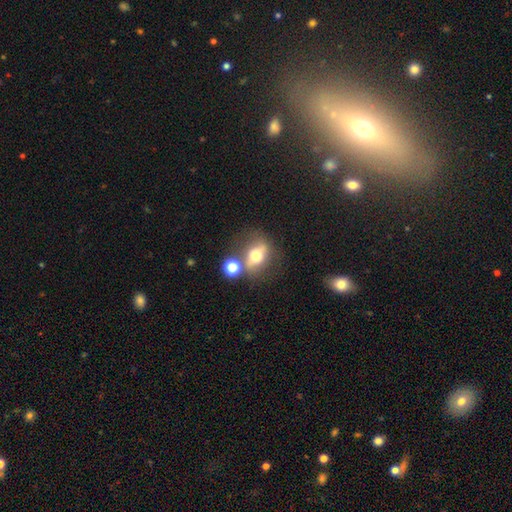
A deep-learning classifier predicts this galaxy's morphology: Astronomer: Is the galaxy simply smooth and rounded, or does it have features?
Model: smooth — 49% (runner-up: featured or disk, 38%).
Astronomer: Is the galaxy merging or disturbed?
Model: none — 58%.